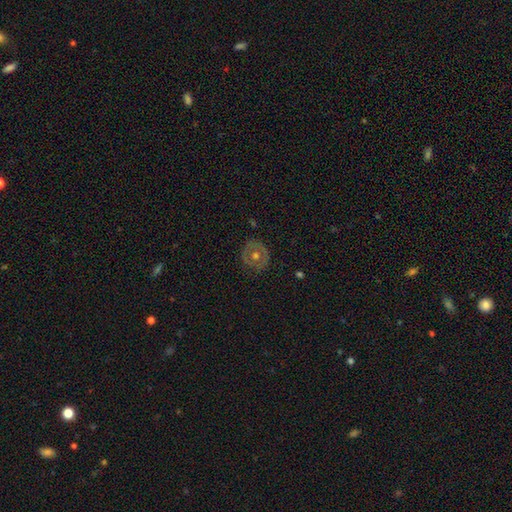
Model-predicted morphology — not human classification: Smooth or featured?
  - featured or disk: 55% *
  - smooth: 37%
  - star or artifact: 8%
Edge-on disk?
  - no: 95% *
  - yes: 5%
Bar?
  - no: 87% *
  - weak: 10%
  - strong: 3%
Spiral arms?
  - no: 80% *
  - yes: 20%
Bulge size?
  - moderate: 74% *
  - small: 15%
  - large: 8%
  - none: 1%
  - dominant: 1%
Merging?
  - none: 84% *
  - minor disturbance: 11%
  - major disturbance: 4%
  - merger: 1%